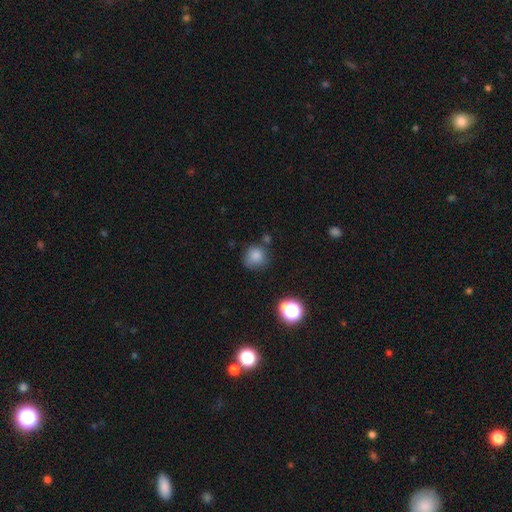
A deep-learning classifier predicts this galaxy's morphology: Smooth or featured: smooth — 80% (star or artifact — 14%)
How rounded: round — 86% (in between — 13%)
Merging: none — 66% (minor disturbance — 21%)